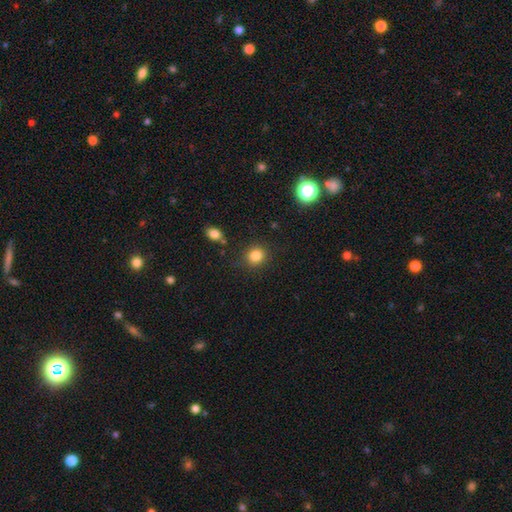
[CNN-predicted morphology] Smooth or featured? smooth (84%)
How rounded? round (81%)
Merging? none (85%)